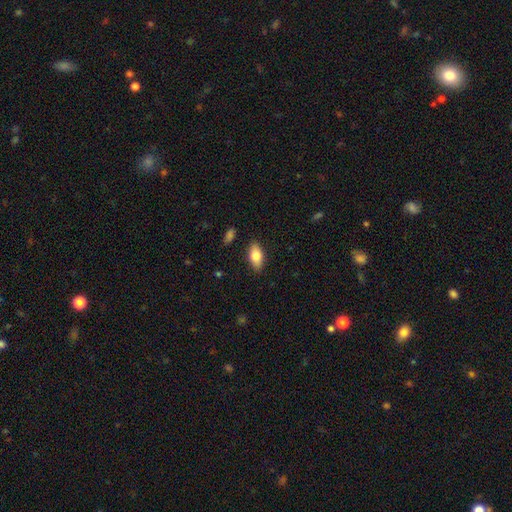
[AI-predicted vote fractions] Smooth or featured: smooth — 77% (featured or disk — 16%)
How rounded: in between — 88% (cigar-shaped — 9%)
Merging: none — 87% (minor disturbance — 10%)